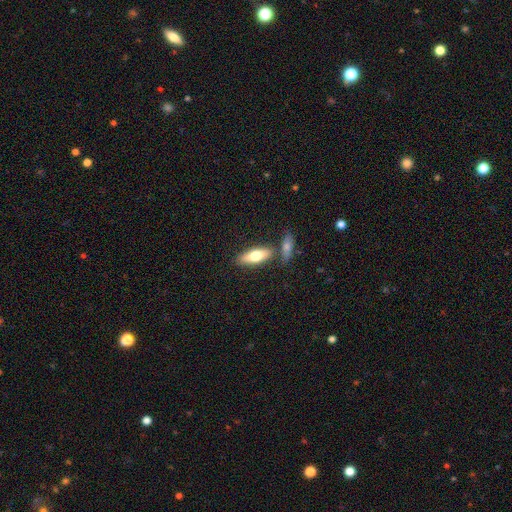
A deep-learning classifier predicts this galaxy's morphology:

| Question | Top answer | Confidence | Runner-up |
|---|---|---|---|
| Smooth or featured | smooth | 66% | featured or disk (28%) |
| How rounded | in between | 63% | cigar-shaped (35%) |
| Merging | none | 66% | merger (20%) |